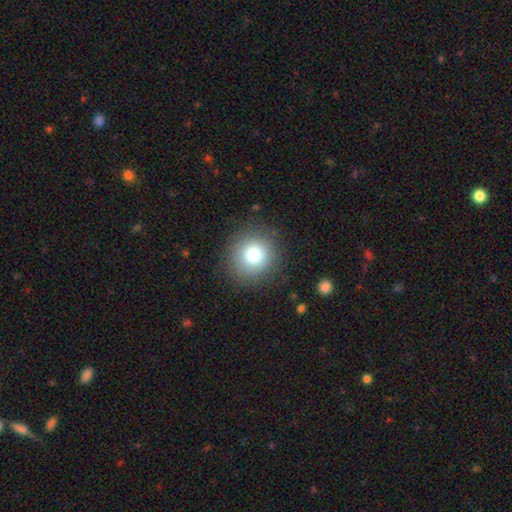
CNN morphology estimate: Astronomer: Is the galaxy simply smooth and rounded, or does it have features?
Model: smooth — 80%.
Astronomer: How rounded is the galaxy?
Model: round — 91%.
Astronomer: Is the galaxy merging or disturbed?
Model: none — 87%.